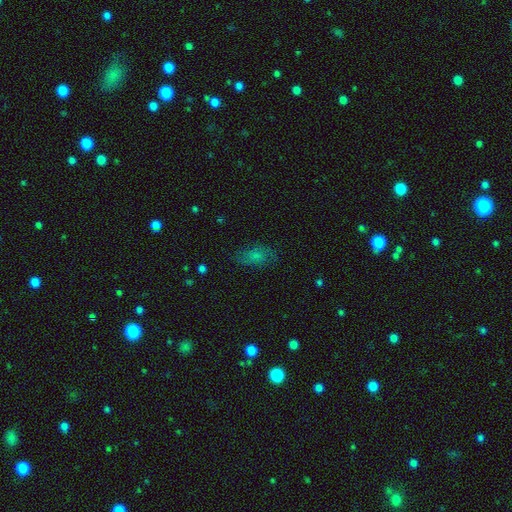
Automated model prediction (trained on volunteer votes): Overall: smooth (59%; featured or disk 26%). How rounded: in between (86%). Merging: none (71%).